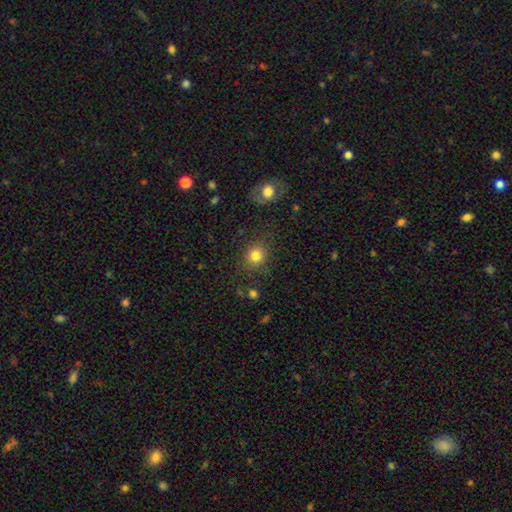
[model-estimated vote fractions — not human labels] Overall: smooth (81%). How rounded: round (82%). Merging: none (83%).